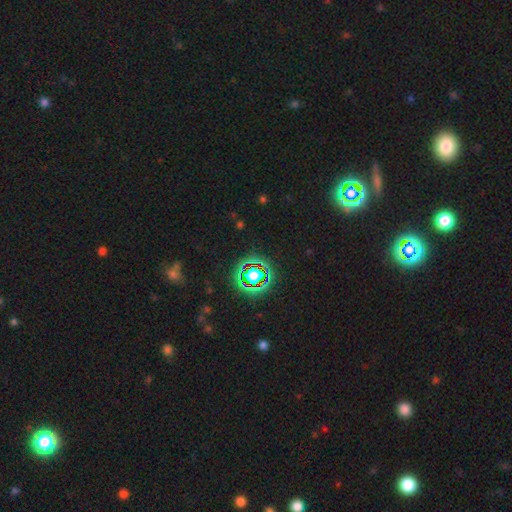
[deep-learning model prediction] Smooth or featured? star or artifact (70%)